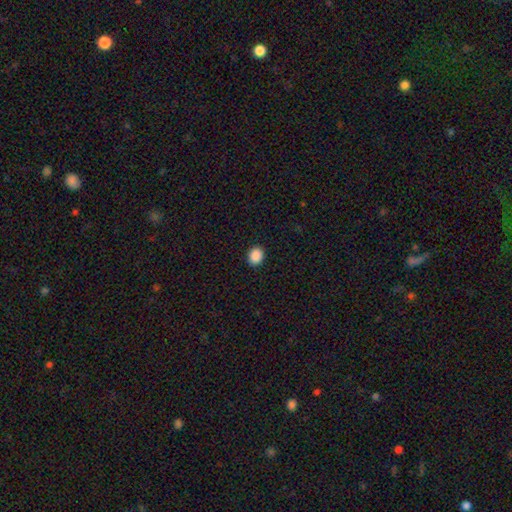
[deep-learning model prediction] Overall: smooth (89%). How rounded: round (53%; in between 46%). Merging: none (91%).